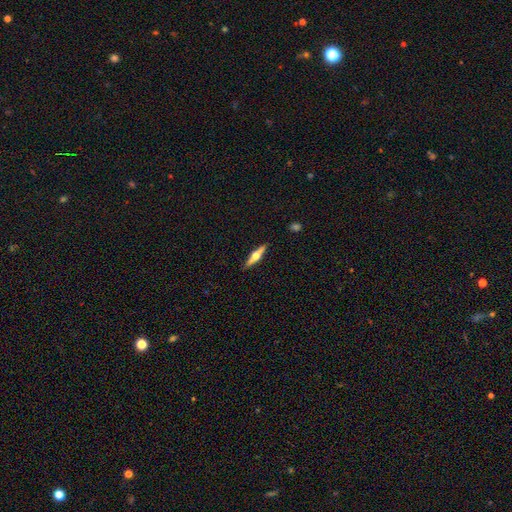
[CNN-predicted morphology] This is likely a featured or disk galaxy (67%). It is clearly viewed edge-on (97%). Edge-on bulge: clearly rounded (95%). Merging: clearly none (91%).